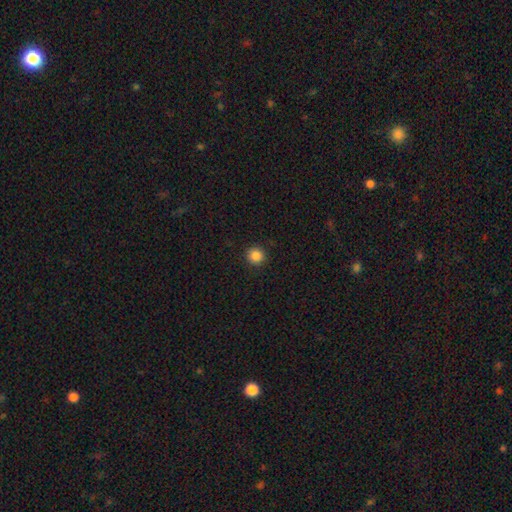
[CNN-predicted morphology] A smooth galaxy with no disk features (86%) that is round (94%). Merging: none (92%).